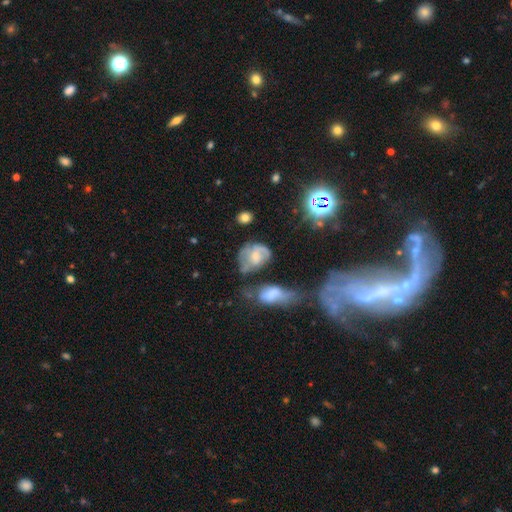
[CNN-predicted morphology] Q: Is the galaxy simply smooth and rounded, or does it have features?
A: featured or disk — 52%.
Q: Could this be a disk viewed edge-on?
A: no — 96%.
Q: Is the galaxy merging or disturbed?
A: none — 32%.